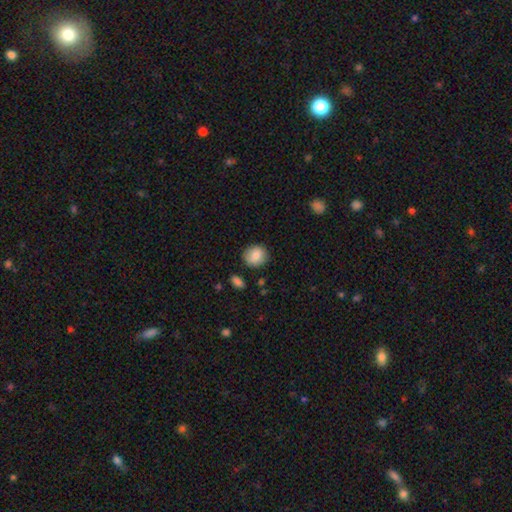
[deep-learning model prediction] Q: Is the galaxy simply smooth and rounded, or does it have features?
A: smooth — 84%.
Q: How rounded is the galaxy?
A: round — 81%.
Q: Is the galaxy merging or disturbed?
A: none — 84%.